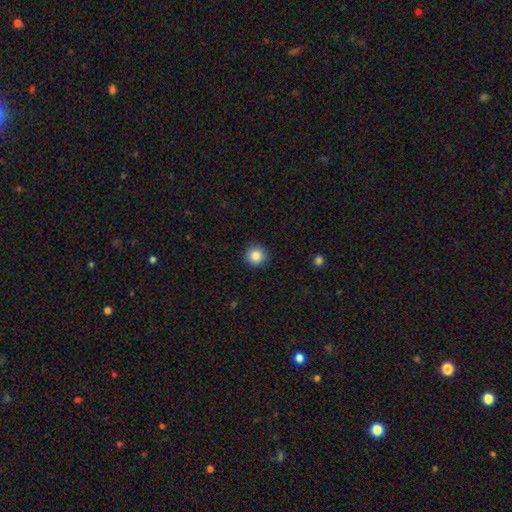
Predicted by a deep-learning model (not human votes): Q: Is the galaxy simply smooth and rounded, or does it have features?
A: smooth — 86%.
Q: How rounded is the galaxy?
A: round — 95%.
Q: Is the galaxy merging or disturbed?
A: none — 92%.